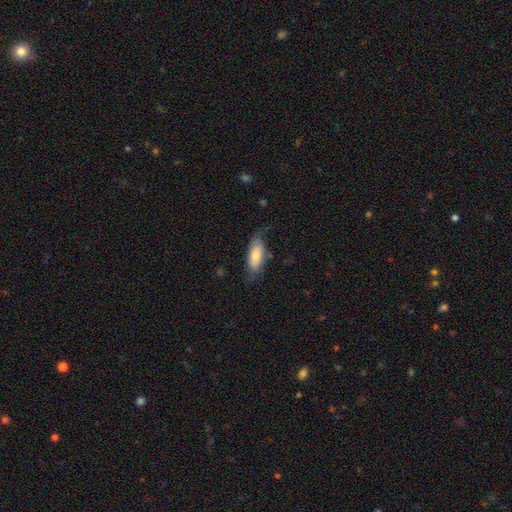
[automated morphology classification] This appears to be a smooth galaxy with no disk features (71%) that is in between round and cigar-shaped (76%). Merging: none (64%).